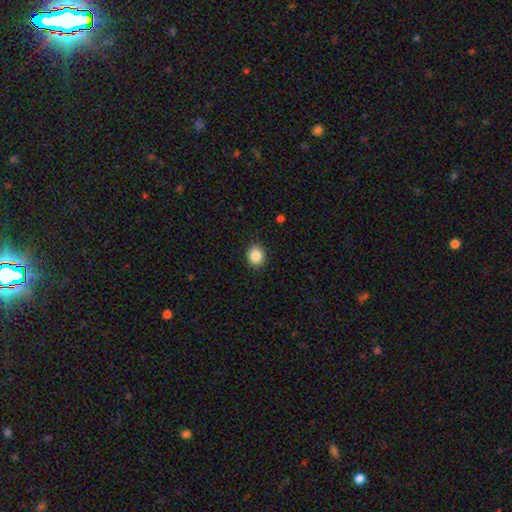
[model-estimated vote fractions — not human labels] This is clearly a smooth galaxy (88%). How rounded: likely round (65%). Merging: clearly none (90%).